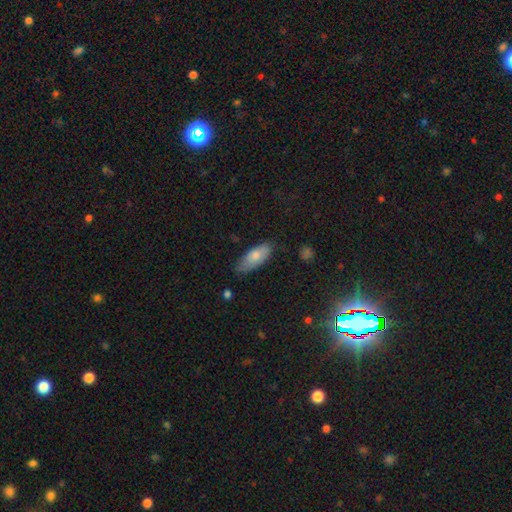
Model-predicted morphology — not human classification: Smooth or featured? smooth (75%)
How rounded? in between (80%)
Merging? none (69%)